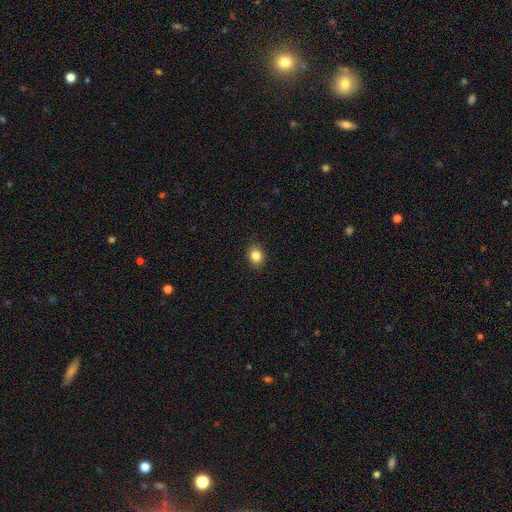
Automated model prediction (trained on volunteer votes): Smooth or featured?
  - smooth: 84% *
  - star or artifact: 10%
  - featured or disk: 6%
How rounded?
  - round: 57% *
  - in between: 42%
  - cigar-shaped: 1%
Merging?
  - none: 90% *
  - minor disturbance: 7%
  - major disturbance: 2%
  - merger: 1%